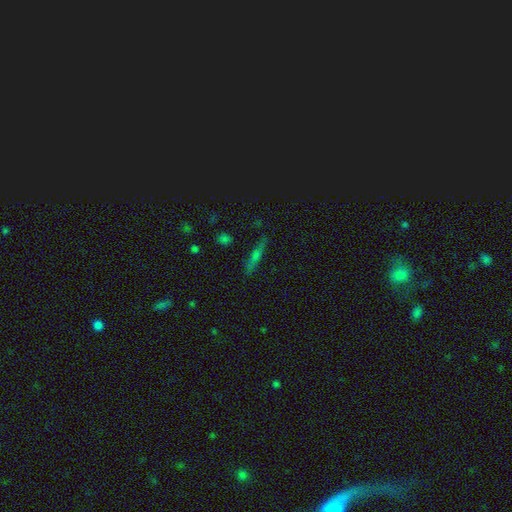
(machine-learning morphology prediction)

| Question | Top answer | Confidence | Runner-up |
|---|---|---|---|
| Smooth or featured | featured or disk | 46% | smooth (36%) |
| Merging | none | 87% | minor disturbance (9%) |